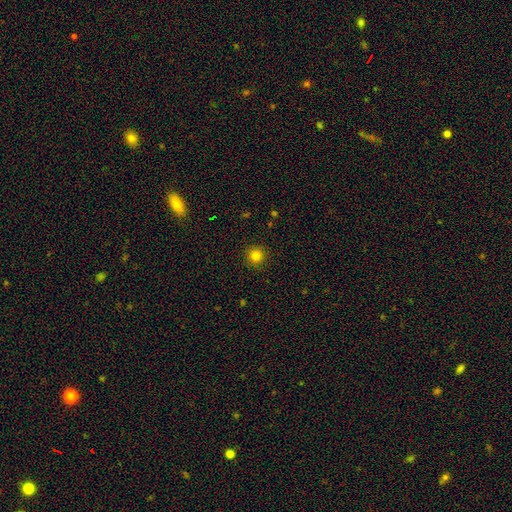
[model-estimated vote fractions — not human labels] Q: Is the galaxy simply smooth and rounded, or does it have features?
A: smooth — 81%.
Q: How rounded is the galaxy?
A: round — 95%.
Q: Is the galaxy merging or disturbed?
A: none — 92%.